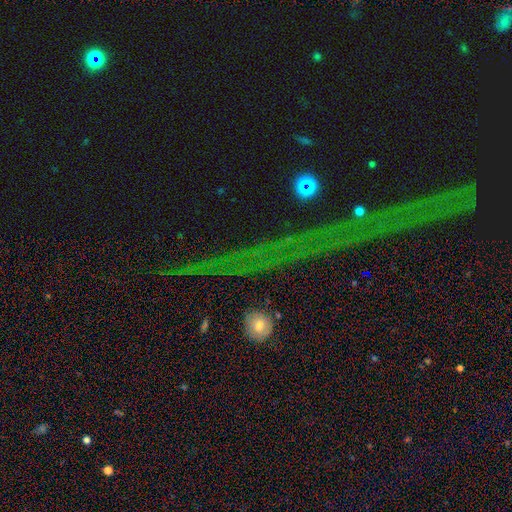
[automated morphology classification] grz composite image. It shows a star or artifact, not a galaxy (80%).